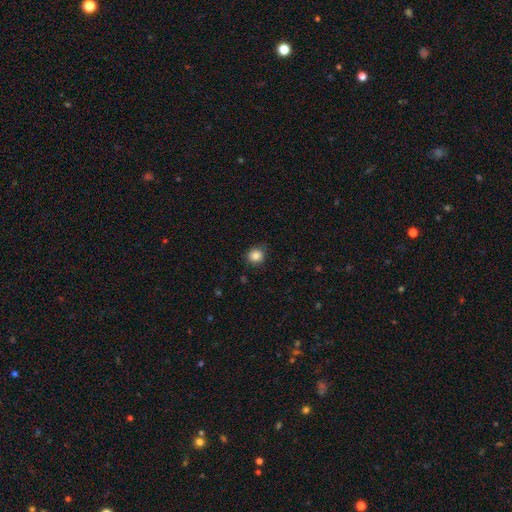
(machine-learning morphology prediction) The model was most divided on "merging": none: 85%, minor disturbance: 11%, major disturbance: 3%, merger: 1%. More confident: how rounded — round (88%); smooth or featured — smooth (85%).